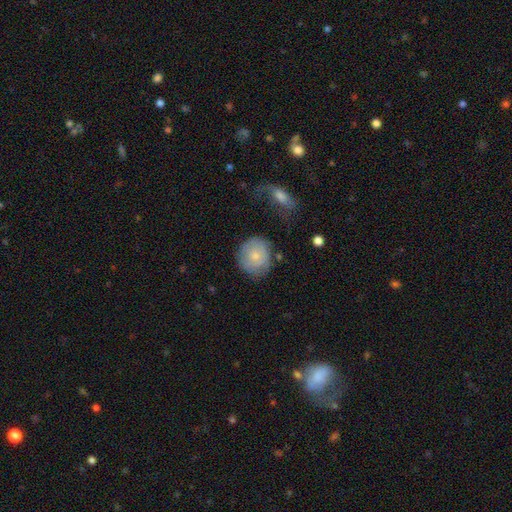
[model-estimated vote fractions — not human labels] A smooth galaxy with no disk features (64%) that is round (84%).

Vote fractions:
- Smooth or featured? smooth: 64% / featured or disk: 29% / star or artifact: 7%
- How rounded? round: 84% / in between: 15% / cigar-shaped: 1%
- Merging? none: 67% / minor disturbance: 21% / major disturbance: 8% / merger: 4%